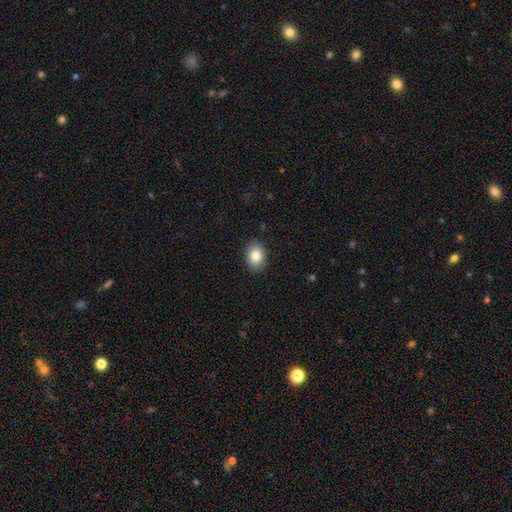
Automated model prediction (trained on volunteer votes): Overall: smooth (83%). How rounded: in between (71%). Merging: none (88%).